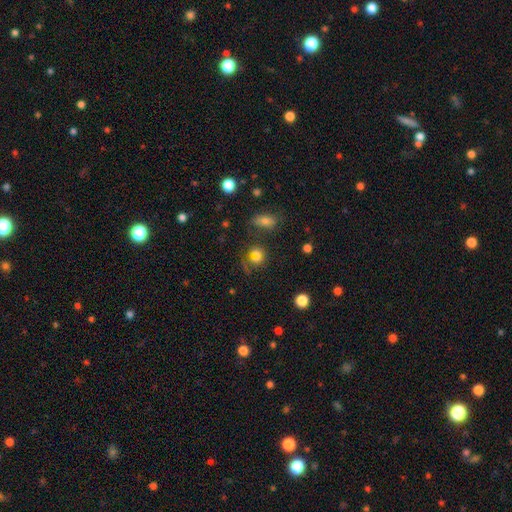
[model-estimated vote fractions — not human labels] smooth 65%, star or artifact 23%, featured or disk 12%. Down the decision tree: how rounded — round (60%); merging — none (51%).